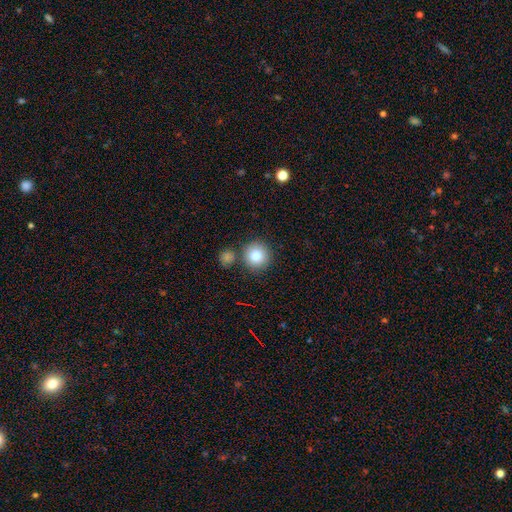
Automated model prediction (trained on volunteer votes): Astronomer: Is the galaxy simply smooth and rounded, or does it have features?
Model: smooth — 83%.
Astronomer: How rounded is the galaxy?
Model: round — 93%.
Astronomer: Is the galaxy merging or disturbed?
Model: none — 78%.